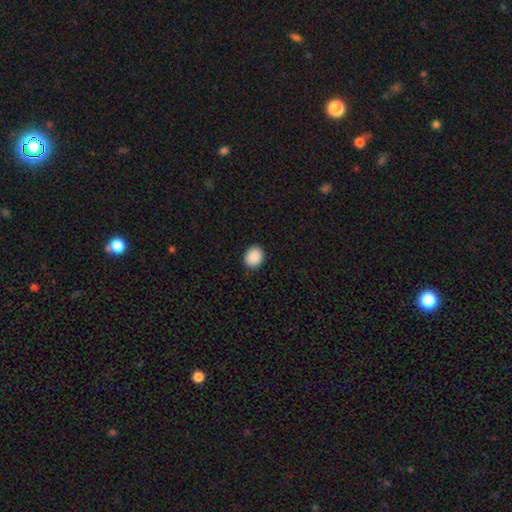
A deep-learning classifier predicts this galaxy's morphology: This appears to be a smooth galaxy with no disk features (90%) that is round (56%). Merging: none (90%).